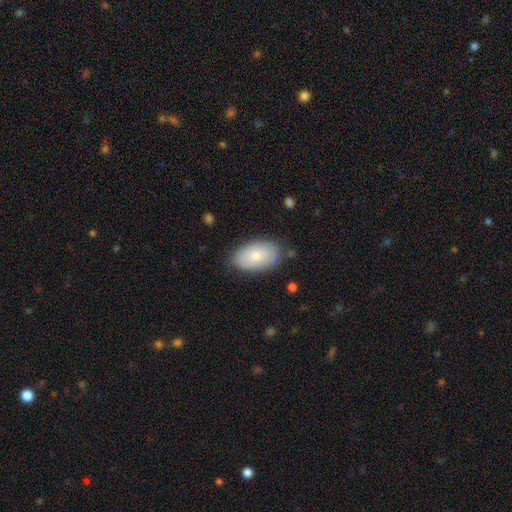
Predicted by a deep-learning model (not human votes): Smooth or featured: smooth — 76% (featured or disk — 18%)
How rounded: in between — 93% (round — 6%)
Merging: none — 79% (minor disturbance — 16%)